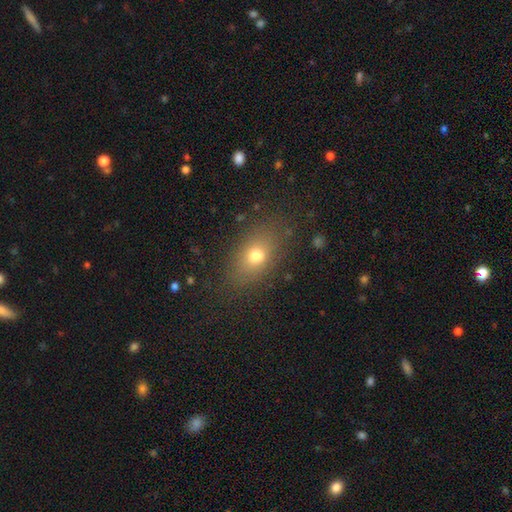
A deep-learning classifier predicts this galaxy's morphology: The model was most divided on "smooth or featured": smooth: 72%, featured or disk: 14%, star or artifact: 13%. More confident: merging — none (81%); how rounded — in between (79%).